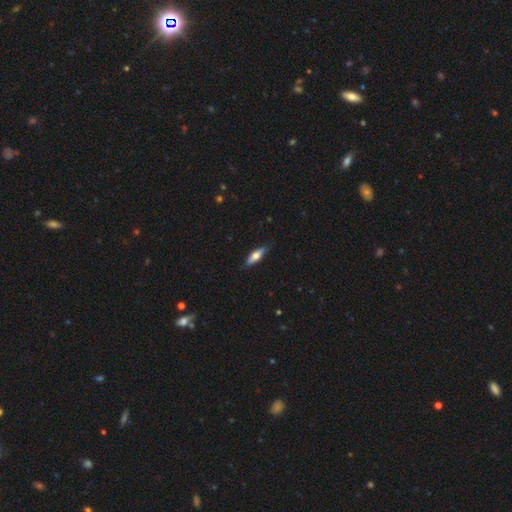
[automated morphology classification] smooth_or_featured: smooth (p=0.59) [alt: featured or disk p=0.35]
how_rounded: cigar-shaped (p=0.50) [alt: in between p=0.48]
merging: none (p=0.86) [alt: minor disturbance p=0.11]